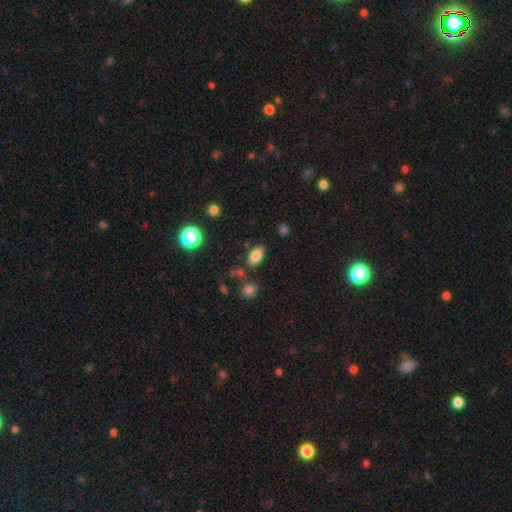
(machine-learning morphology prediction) The model was most divided on "merging": none: 79%, minor disturbance: 13%, merger: 5%, major disturbance: 4%. More confident: how rounded — in between (90%); smooth or featured — smooth (84%).